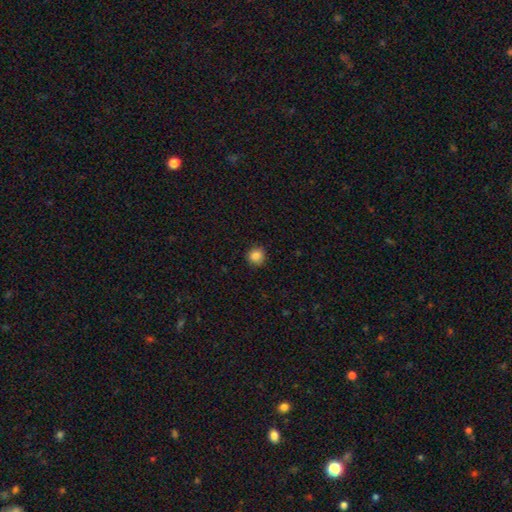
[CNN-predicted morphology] smooth 86%, star or artifact 10%, featured or disk 4%. Down the decision tree: how rounded — round (91%); merging — none (89%).